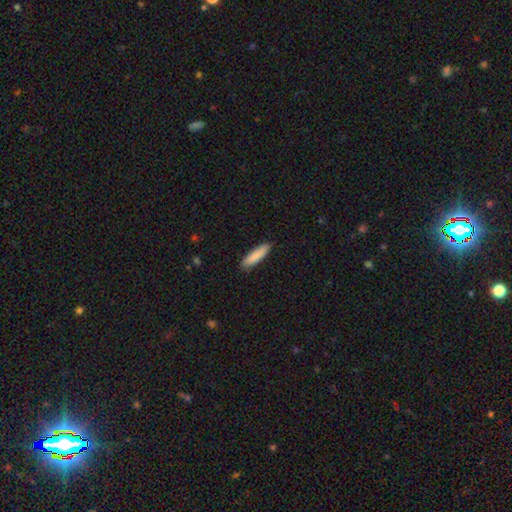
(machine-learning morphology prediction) This appears to be a smooth galaxy with no disk features (86%) that is cigar-shaped (74%). Merging: none (88%).